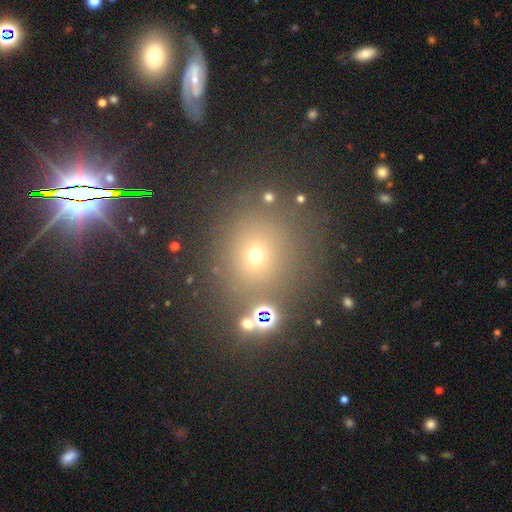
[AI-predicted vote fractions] smooth_or_featured: smooth (p=0.51) [alt: star or artifact p=0.37]
how_rounded: round (p=0.83) [alt: in between p=0.15]
merging: none (p=0.79) [alt: minor disturbance p=0.09]